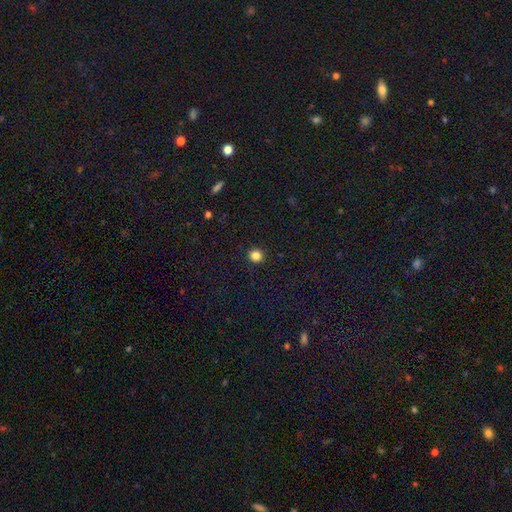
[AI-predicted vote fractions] A smooth galaxy with no disk features (85%) that is round (93%). Merging: none (93%).